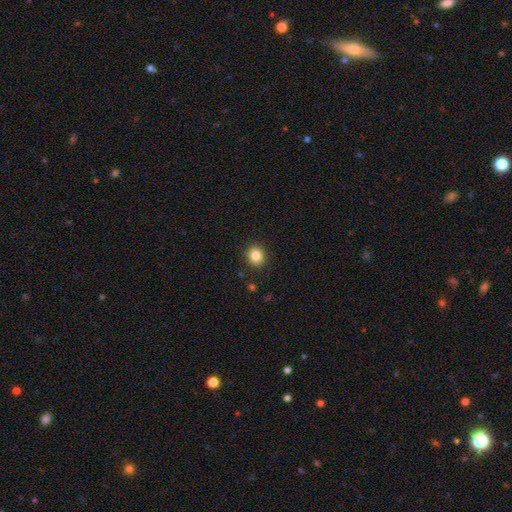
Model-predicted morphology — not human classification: This appears to be a smooth galaxy with no disk features (84%) that is round (77%). Merging: none (90%).